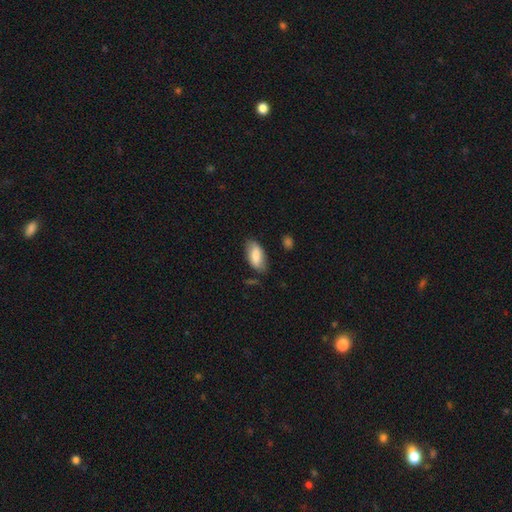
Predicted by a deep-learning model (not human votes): The model was most divided on "merging": none: 72%, minor disturbance: 21%, major disturbance: 5%, merger: 2%. More confident: how rounded — in between (90%); smooth or featured — smooth (79%).